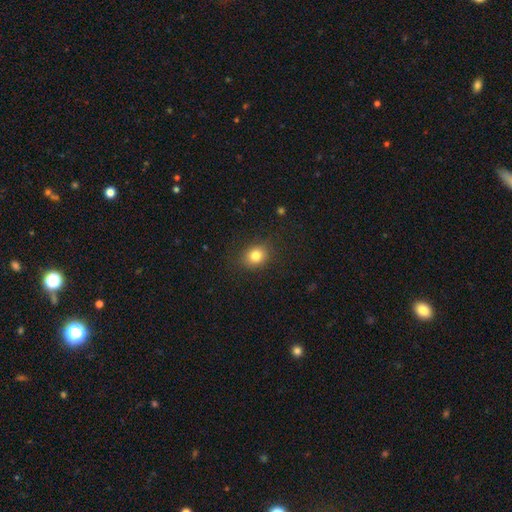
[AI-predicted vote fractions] Overall: smooth (82%). How rounded: round (60%; in between 39%). Merging: none (85%).